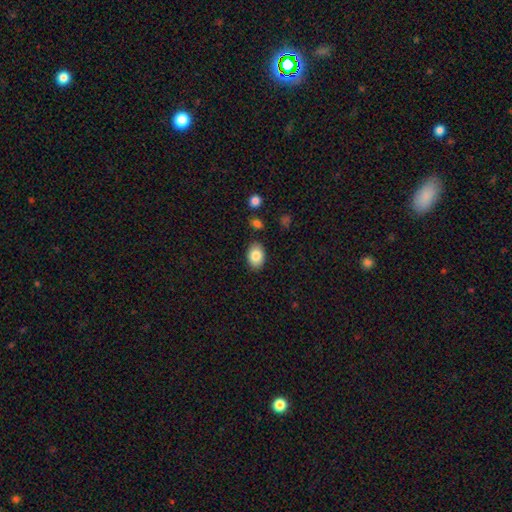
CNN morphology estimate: type=smooth (85%); roundness=in between (82%); merging=none (86%).